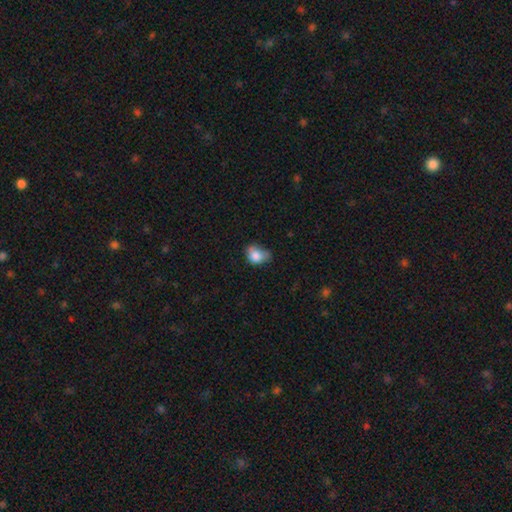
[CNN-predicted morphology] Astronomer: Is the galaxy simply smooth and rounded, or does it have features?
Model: smooth — 79%.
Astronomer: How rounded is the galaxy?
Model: in between — 61% (runner-up: round, 38%).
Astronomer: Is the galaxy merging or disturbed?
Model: minor disturbance — 43% (runner-up: none, 36%).